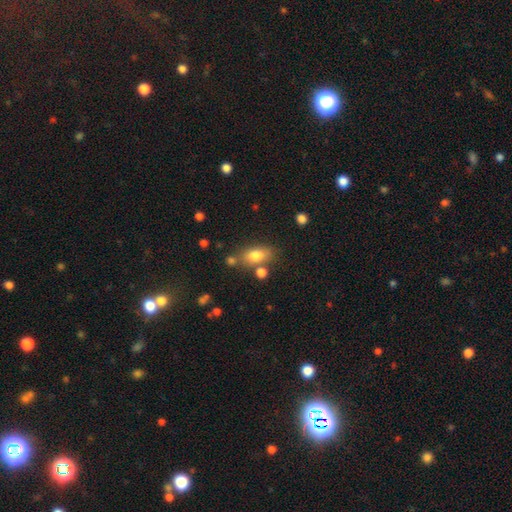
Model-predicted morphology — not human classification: Q: Smooth or featured?
A: smooth (78%); runner-up: featured or disk (13%)
Q: How rounded?
A: in between (81%); runner-up: round (12%)
Q: Merging?
A: none (66%); runner-up: minor disturbance (15%)